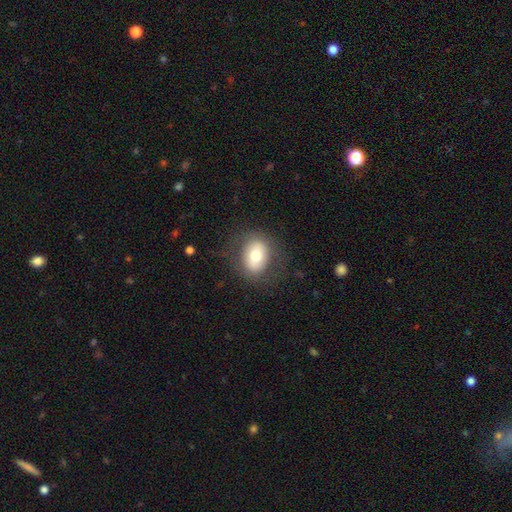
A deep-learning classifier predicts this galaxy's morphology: A smooth galaxy with no disk features (66%) that is in between round and cigar-shaped (64%).

Vote fractions:
- Smooth or featured? smooth: 66% / featured or disk: 25% / star or artifact: 8%
- How rounded? in between: 64% / round: 35% / cigar-shaped: 1%
- Merging? none: 77% / minor disturbance: 14% / major disturbance: 8% / merger: 1%